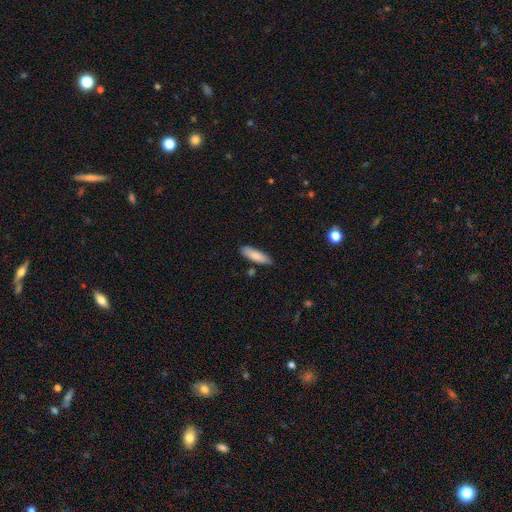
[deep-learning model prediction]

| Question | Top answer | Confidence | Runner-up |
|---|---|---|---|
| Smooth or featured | smooth | 81% | featured or disk (13%) |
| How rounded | cigar-shaped | 56% | in between (43%) |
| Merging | none | 81% | minor disturbance (14%) |